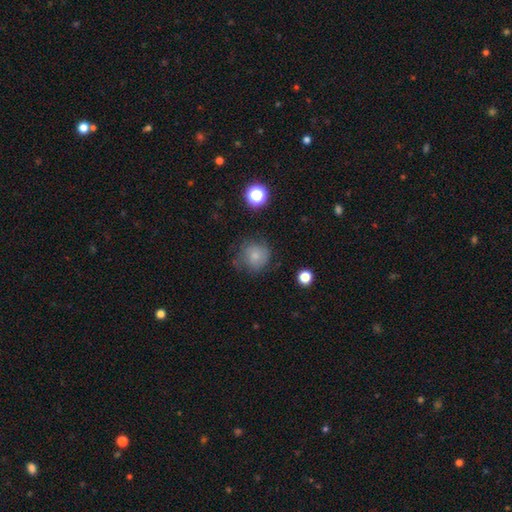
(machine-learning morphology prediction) Q: Smooth or featured?
A: smooth (73%); runner-up: featured or disk (16%)
Q: How rounded?
A: round (88%); runner-up: in between (11%)
Q: Merging?
A: none (62%); runner-up: minor disturbance (25%)